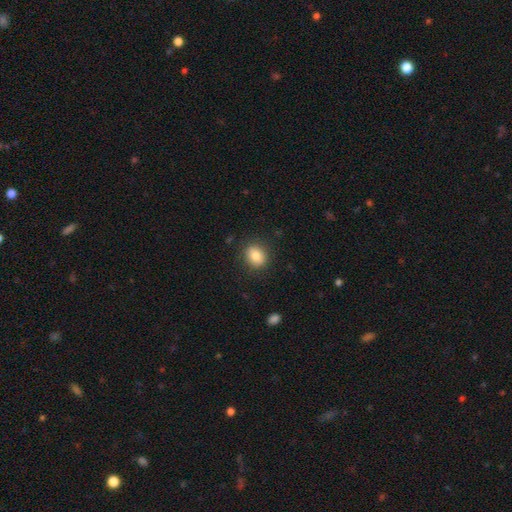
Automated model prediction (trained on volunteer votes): Smooth or featured: smooth — 84% (star or artifact — 9%)
How rounded: round — 59% (in between — 40%)
Merging: none — 86% (minor disturbance — 10%)